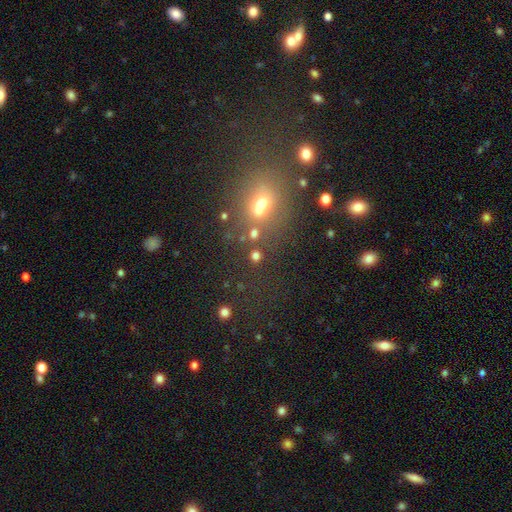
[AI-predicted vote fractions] The model was most divided on "smooth or featured": smooth: 70%, star or artifact: 21%, featured or disk: 9%. More confident: how rounded — round (84%); merging — none (72%).